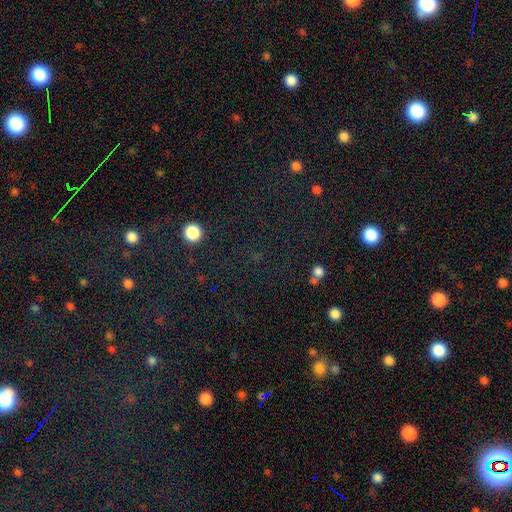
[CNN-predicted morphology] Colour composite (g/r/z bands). It shows a star or artifact, not a galaxy (71%).